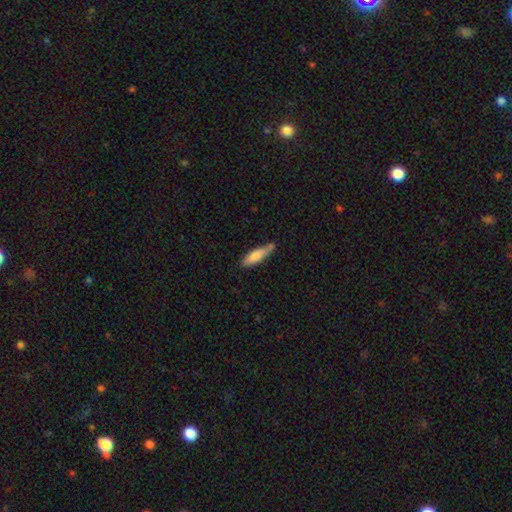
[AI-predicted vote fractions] Morphology: type=smooth (79%); roundness=cigar-shaped (65%); merging=none (66%).